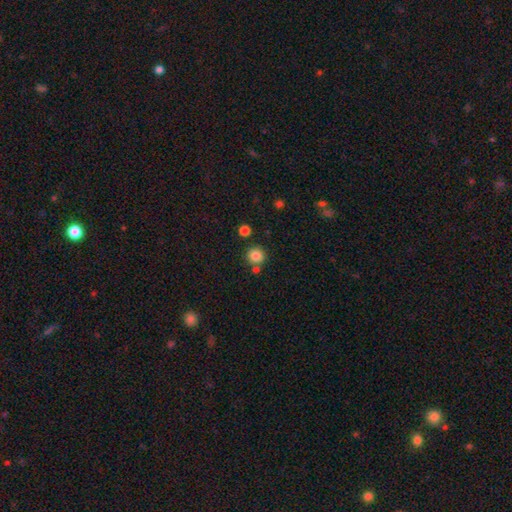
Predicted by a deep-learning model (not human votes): Smooth or featured? smooth (84%)
How rounded? round (93%)
Merging? none (80%)